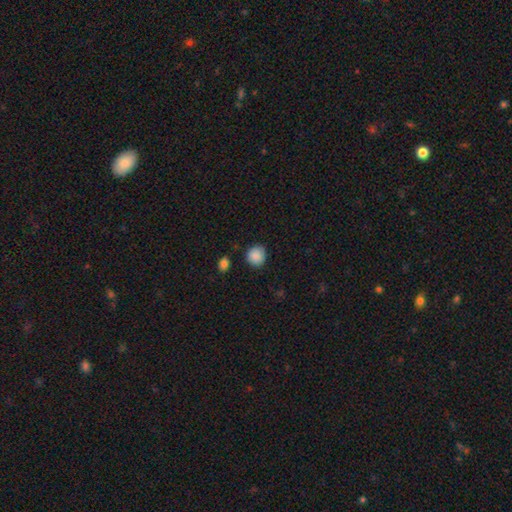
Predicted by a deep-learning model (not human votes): A smooth galaxy with no disk features (87%) that is round (87%).

Vote fractions:
- Smooth or featured? smooth: 87% / star or artifact: 8% / featured or disk: 4%
- How rounded? round: 87% / in between: 12% / cigar-shaped: 1%
- Merging? none: 82% / minor disturbance: 13% / major disturbance: 3% / merger: 2%